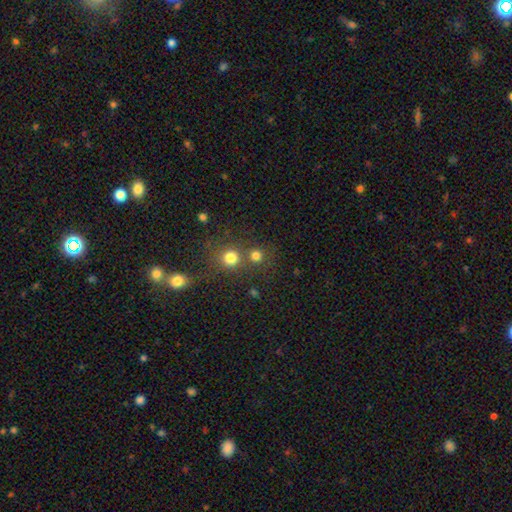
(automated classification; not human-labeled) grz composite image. It shows a smooth galaxy with no disk features (77%) that is round (91%). Merging: none (64%).